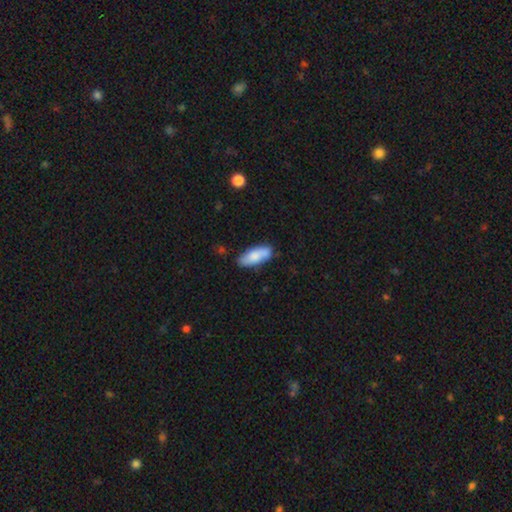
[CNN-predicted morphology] Q: Smooth or featured?
A: smooth (78%); runner-up: featured or disk (16%)
Q: How rounded?
A: in between (76%); runner-up: cigar-shaped (22%)
Q: Merging?
A: none (75%); runner-up: minor disturbance (17%)